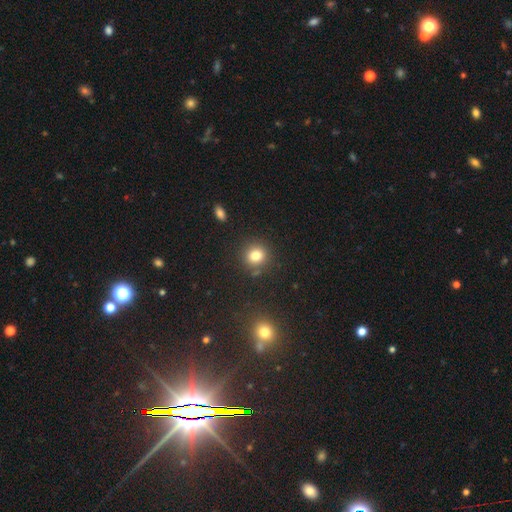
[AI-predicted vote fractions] smooth-or-featured: smooth: 81% | star or artifact: 13% | featured or disk: 7%
  how-rounded: round: 87% | in between: 12% | cigar-shaped: 1%
  merging: none: 83% | minor disturbance: 9% | merger: 5% | major disturbance: 3%